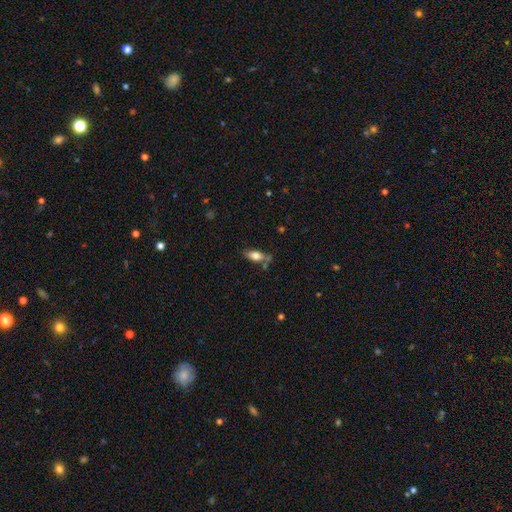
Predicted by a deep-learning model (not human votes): smooth_or_featured: smooth (p=0.72) [alt: featured or disk p=0.20]
how_rounded: in between (p=0.81) [alt: cigar-shaped p=0.16]
merging: none (p=0.63) [alt: minor disturbance p=0.19]